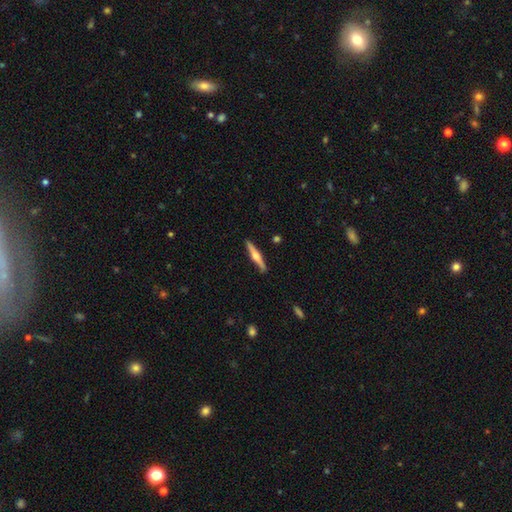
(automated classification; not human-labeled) This appears to be a featured or disk galaxy (68%) viewed edge-on (98%) with a rounded central bulge (92%). Merging: none (90%).